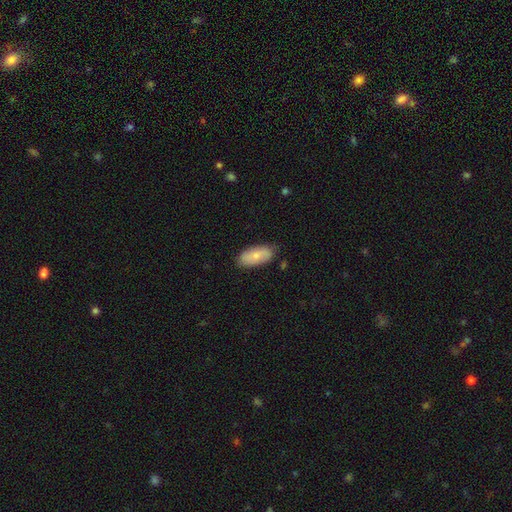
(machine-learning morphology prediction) Smooth or featured: smooth — 73% (featured or disk — 21%)
How rounded: in between — 90% (cigar-shaped — 8%)
Merging: none — 79% (minor disturbance — 17%)